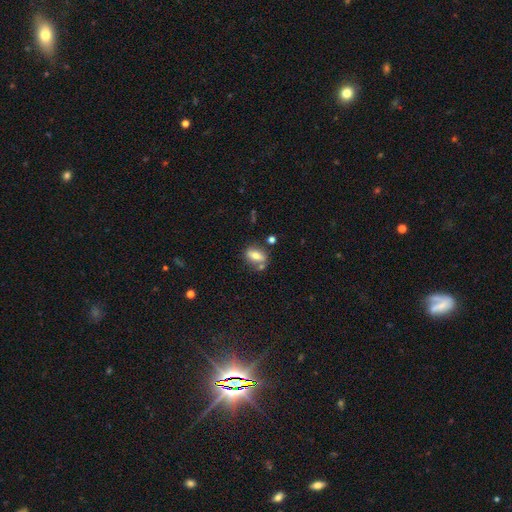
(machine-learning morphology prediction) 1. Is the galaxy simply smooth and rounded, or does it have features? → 68% smooth, 23% featured or disk, 9% star or artifact.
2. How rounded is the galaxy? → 77% in between, 12% cigar-shaped, 11% round.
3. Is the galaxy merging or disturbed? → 65% none, 15% minor disturbance, 15% merger, 5% major disturbance.